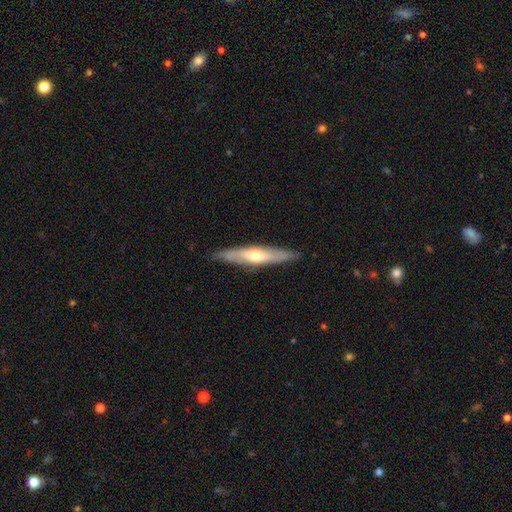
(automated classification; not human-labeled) Smooth or featured? Predicted: featured or disk (p=0.60). Edge-on disk? Predicted: yes (p=0.72). Merging? Predicted: none (p=0.85).